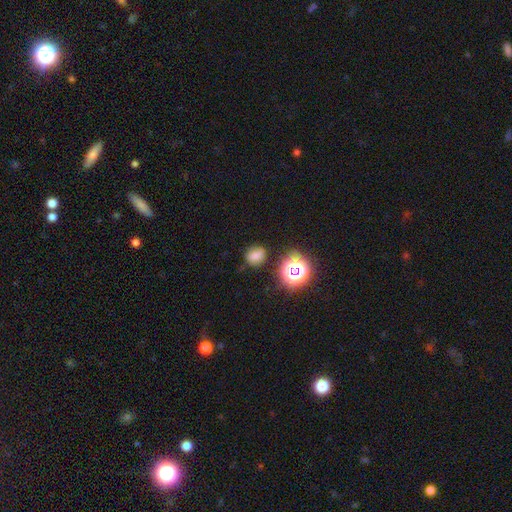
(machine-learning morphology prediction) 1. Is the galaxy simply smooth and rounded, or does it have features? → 71% smooth, 21% star or artifact, 8% featured or disk.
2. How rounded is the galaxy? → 55% round, 43% in between, 1% cigar-shaped.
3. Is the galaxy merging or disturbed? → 77% none, 15% minor disturbance, 4% major disturbance, 4% merger.